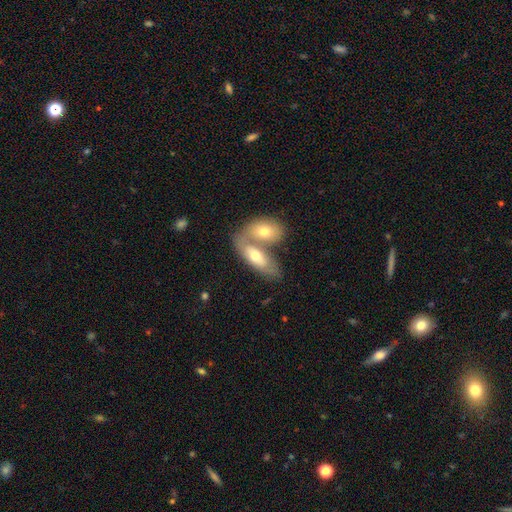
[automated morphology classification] A smooth galaxy with no disk features (63%) that is in between round and cigar-shaped (80%). Merging: merger (64%).